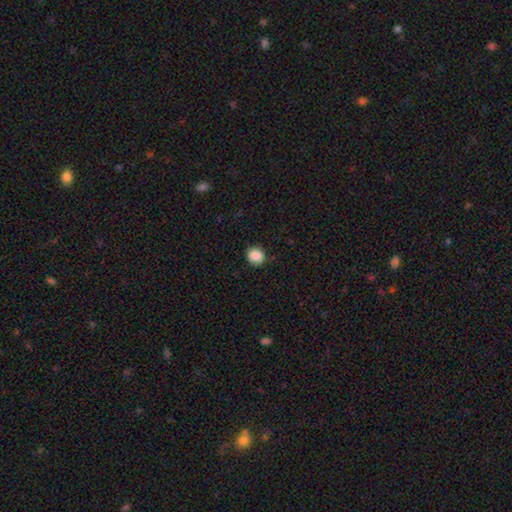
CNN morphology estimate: Overall: smooth (87%). How rounded: round (79%). Merging: none (88%).